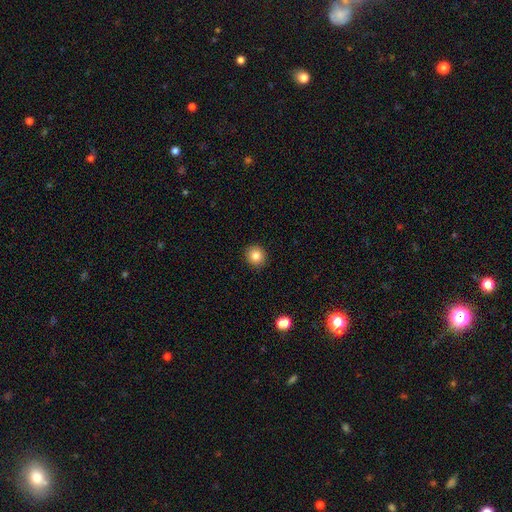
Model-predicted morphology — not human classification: A smooth galaxy with no disk features (84%) that is round (92%).

Vote fractions:
- Smooth or featured? smooth: 84% / star or artifact: 10% / featured or disk: 6%
- How rounded? round: 92% / in between: 7% / cigar-shaped: 1%
- Merging? none: 92% / minor disturbance: 5% / major disturbance: 2% / merger: 1%